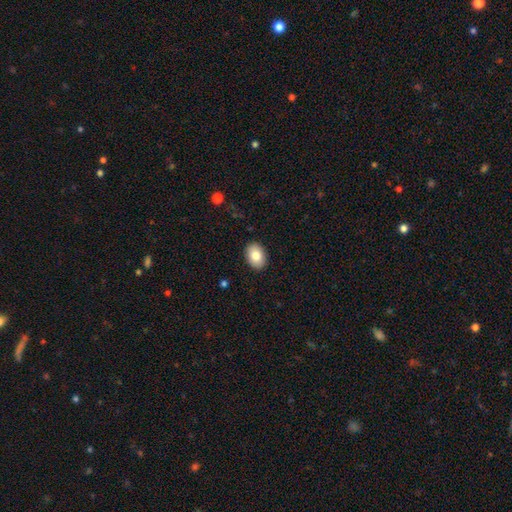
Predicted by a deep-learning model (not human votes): Smooth or featured? smooth (82%)
How rounded? in between (80%)
Merging? none (90%)